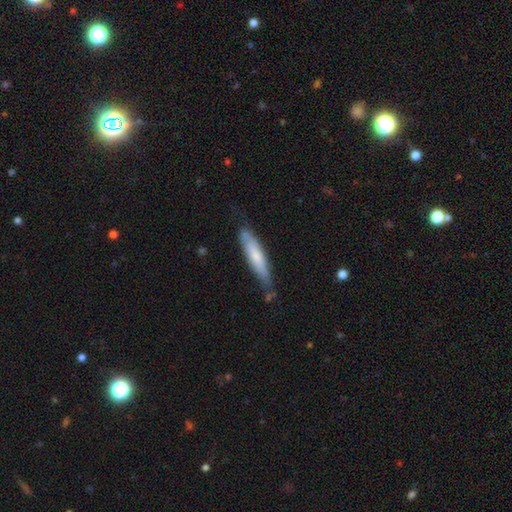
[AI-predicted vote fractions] Smooth or featured: smooth — 62% (featured or disk — 32%)
How rounded: cigar-shaped — 83% (in between — 16%)
Merging: none — 62% (minor disturbance — 29%)